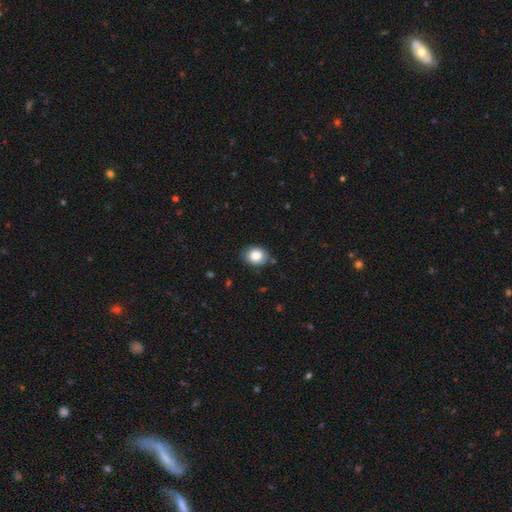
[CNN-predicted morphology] Q: Smooth or featured?
A: smooth (83%); runner-up: featured or disk (9%)
Q: How rounded?
A: in between (54%); runner-up: round (45%)
Q: Merging?
A: none (81%); runner-up: minor disturbance (14%)